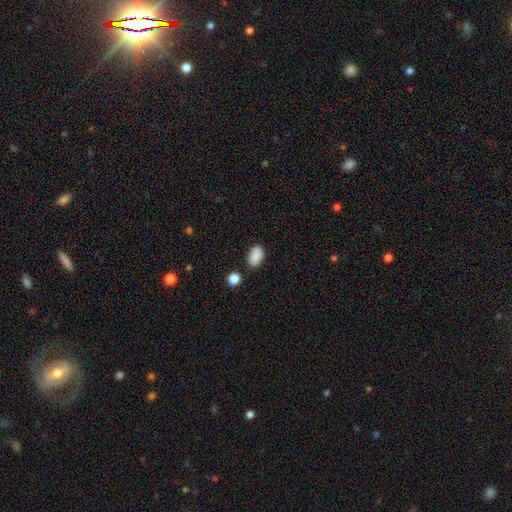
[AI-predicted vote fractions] The model was most divided on "merging": none: 78%, minor disturbance: 14%, merger: 4%, major disturbance: 3%. More confident: how rounded — in between (90%); smooth or featured — smooth (88%).